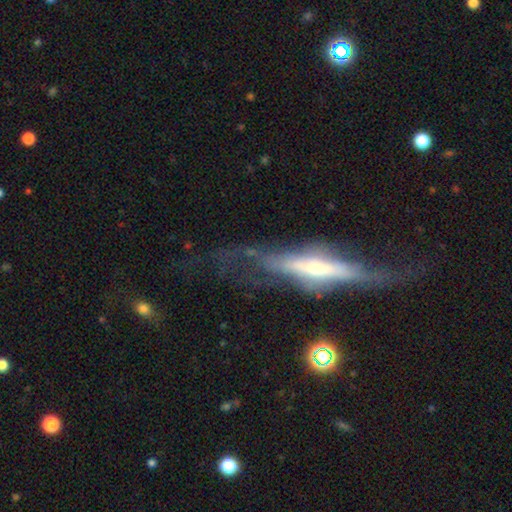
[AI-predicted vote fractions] Smooth or featured? featured or disk (77%)
Edge-on disk? yes (77%)
Edge-on bulge? rounded (57%)
Merging? none (49%)